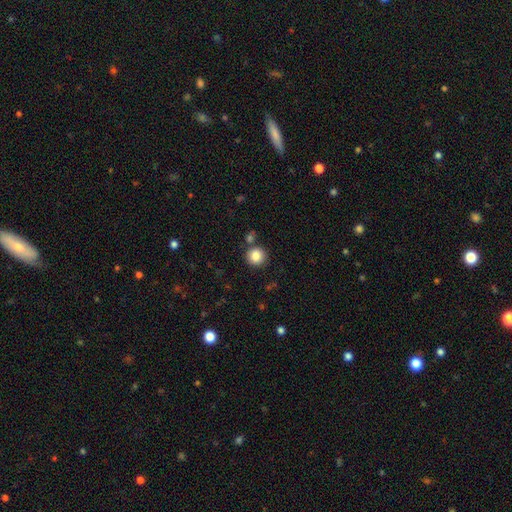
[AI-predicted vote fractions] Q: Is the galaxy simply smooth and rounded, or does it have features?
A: smooth — 85%.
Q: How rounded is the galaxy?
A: round — 93%.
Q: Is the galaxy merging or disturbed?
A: none — 81%.